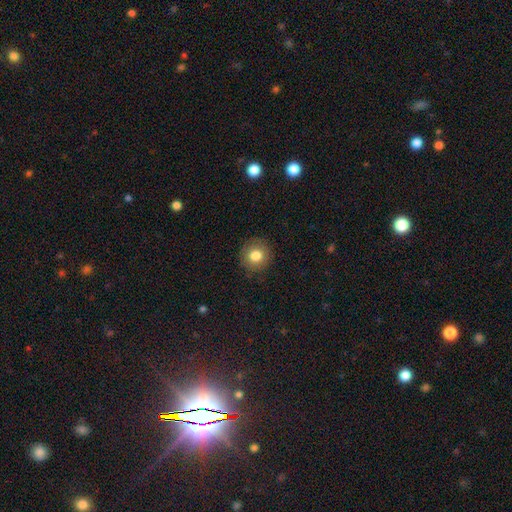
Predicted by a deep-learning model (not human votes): The model was most divided on "smooth or featured": smooth: 82%, star or artifact: 10%, featured or disk: 8%. More confident: how rounded — round (92%); merging — none (89%).